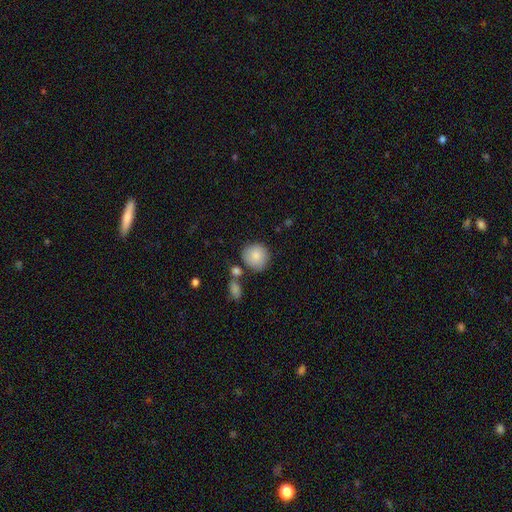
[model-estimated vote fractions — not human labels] Smooth or featured? Predicted: smooth (p=0.85). How rounded? Predicted: round (p=0.87). Merging? Predicted: none (p=0.71).